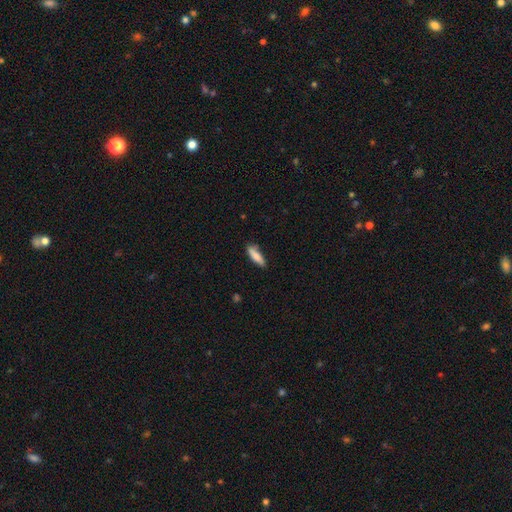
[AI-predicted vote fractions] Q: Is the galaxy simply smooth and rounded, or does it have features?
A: smooth — 81%.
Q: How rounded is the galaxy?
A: cigar-shaped — 59%.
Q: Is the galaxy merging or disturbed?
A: none — 77%.